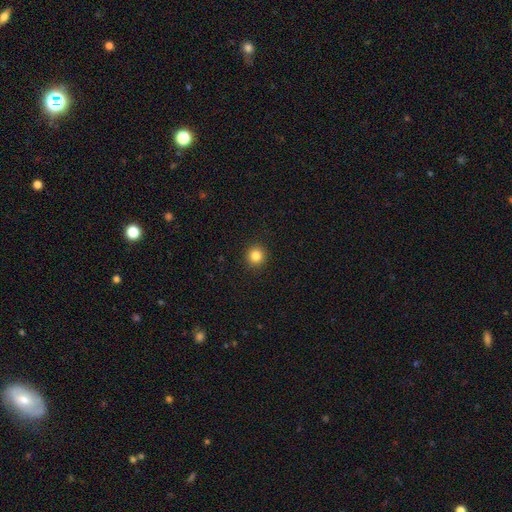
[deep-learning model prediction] Smooth or featured?
  - smooth: 84% *
  - star or artifact: 11%
  - featured or disk: 5%
How rounded?
  - round: 93% *
  - in between: 6%
  - cigar-shaped: 1%
Merging?
  - none: 93% *
  - minor disturbance: 4%
  - major disturbance: 2%
  - merger: 1%